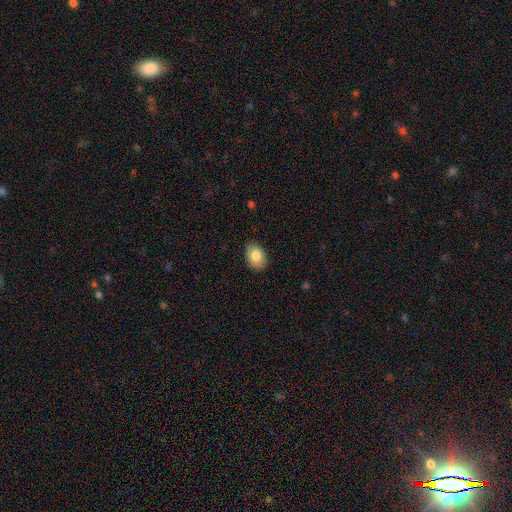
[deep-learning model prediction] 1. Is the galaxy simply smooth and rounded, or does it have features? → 82% smooth, 11% featured or disk, 7% star or artifact.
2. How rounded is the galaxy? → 82% in between, 17% round, 1% cigar-shaped.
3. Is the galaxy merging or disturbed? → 86% none, 11% minor disturbance, 2% major disturbance, 1% merger.